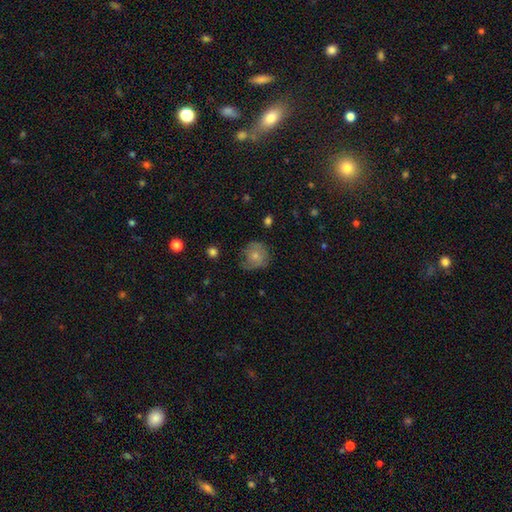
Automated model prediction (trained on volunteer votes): Overall: smooth (67%). How rounded: round (82%). Merging: none (57%; minor disturbance 30%).